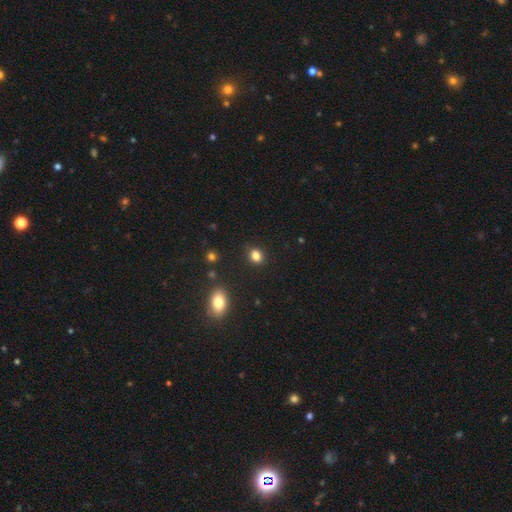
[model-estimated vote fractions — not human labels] The model was most divided on "how rounded": in between: 50%, round: 49%, cigar-shaped: 1%. More confident: merging — none (86%); smooth or featured — smooth (84%).